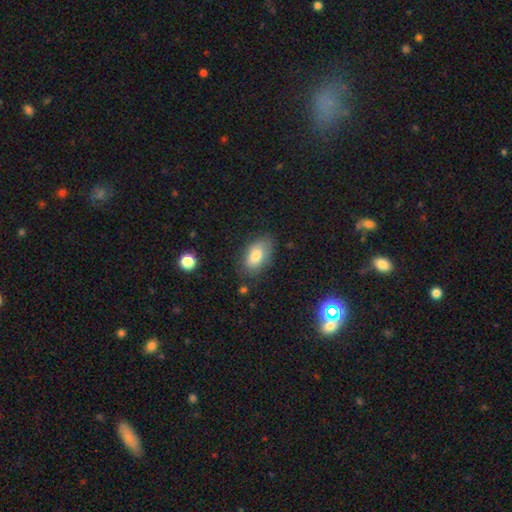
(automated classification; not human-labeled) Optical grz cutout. It shows a smooth galaxy with no disk features (81%) that is in between round and cigar-shaped (92%). Merging: none (75%).